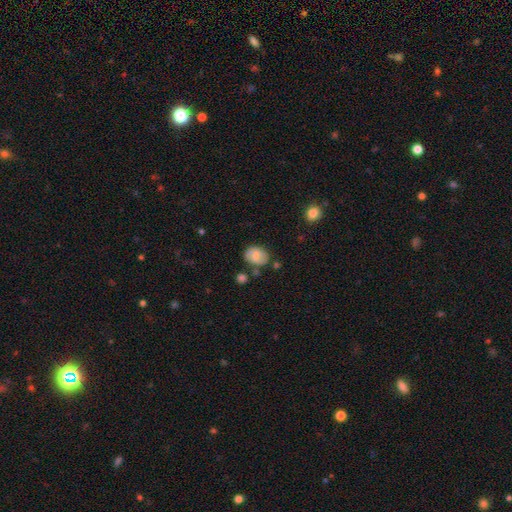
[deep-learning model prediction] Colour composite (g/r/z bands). It shows a smooth galaxy with no disk features (67%) that is in between round and cigar-shaped (64%). Merging: none (66%).